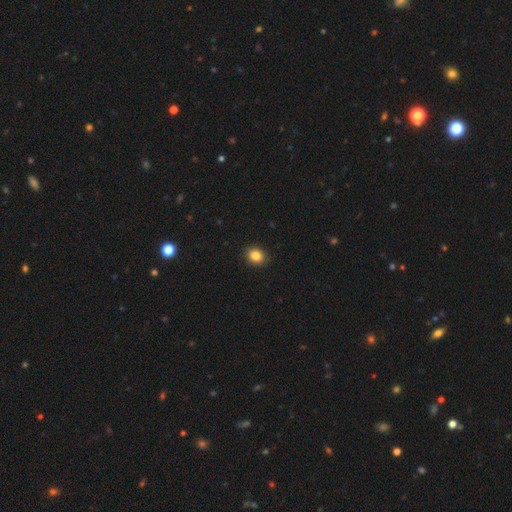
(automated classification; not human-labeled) Smooth or featured: smooth — 85% (star or artifact — 10%)
How rounded: round — 64% (in between — 35%)
Merging: none — 90% (minor disturbance — 7%)